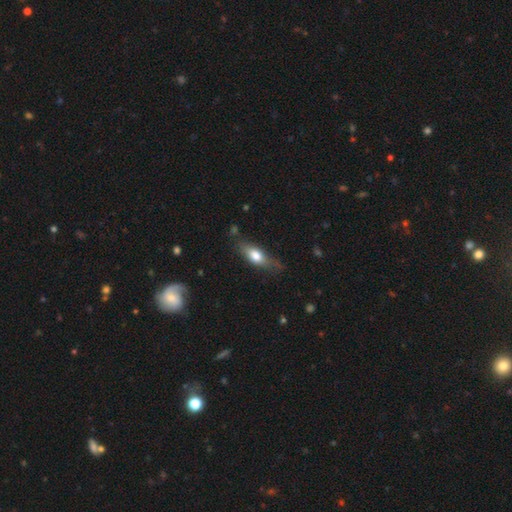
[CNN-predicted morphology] The model was most divided on "how rounded": in between: 66%, cigar-shaped: 30%, round: 4%. More confident: merging — none (67%); smooth or featured — smooth (67%).